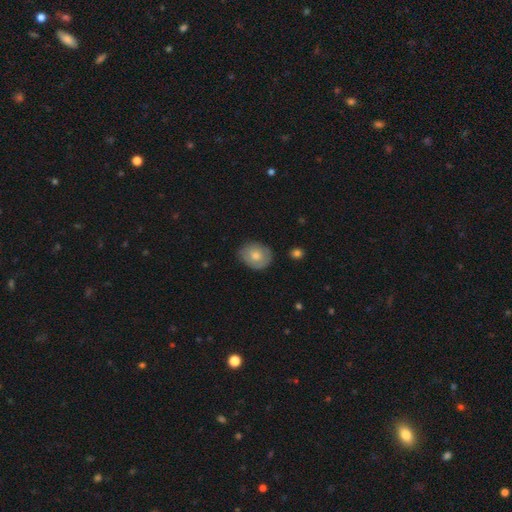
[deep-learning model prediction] Overall: smooth (65%; featured or disk 29%). How rounded: round (53%; in between 46%). Merging: none (76%).